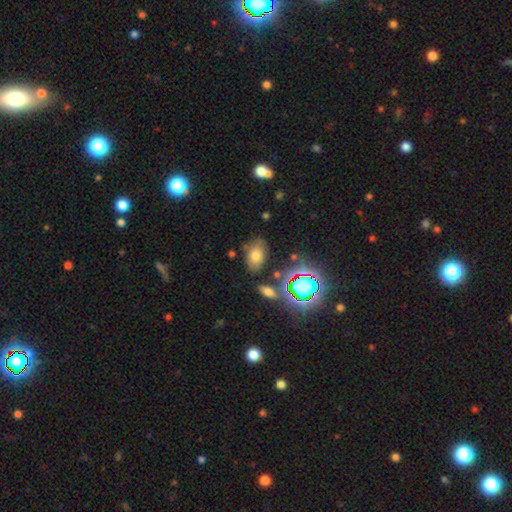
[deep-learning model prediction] Smooth or featured: smooth — 65% (star or artifact — 19%)
How rounded: in between — 88% (round — 10%)
Merging: none — 71% (minor disturbance — 18%)